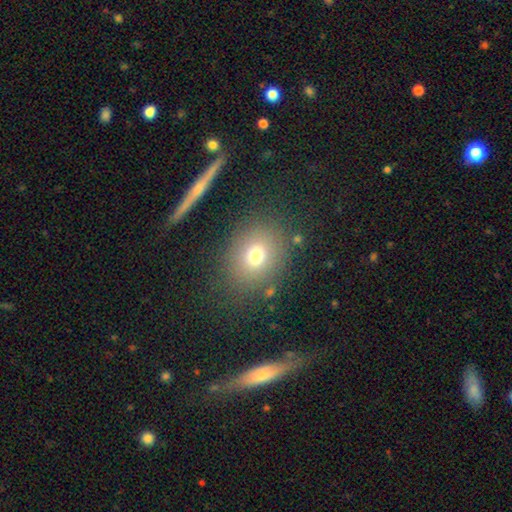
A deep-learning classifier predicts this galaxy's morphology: type=smooth (72%); roundness=round (57%); merging=none (81%).